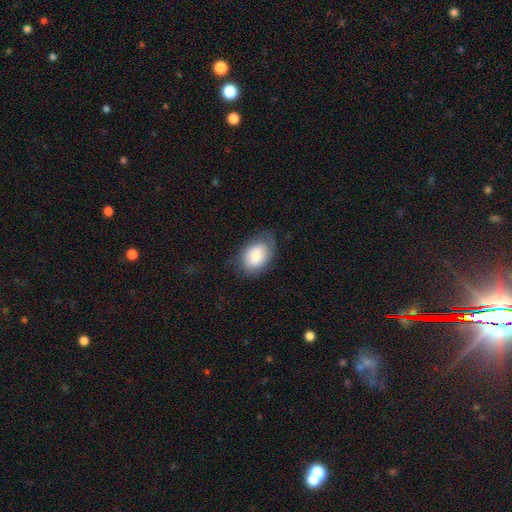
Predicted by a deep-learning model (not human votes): This is likely a smooth galaxy (64%). How rounded: clearly in between (83%). Merging: likely none (63%).